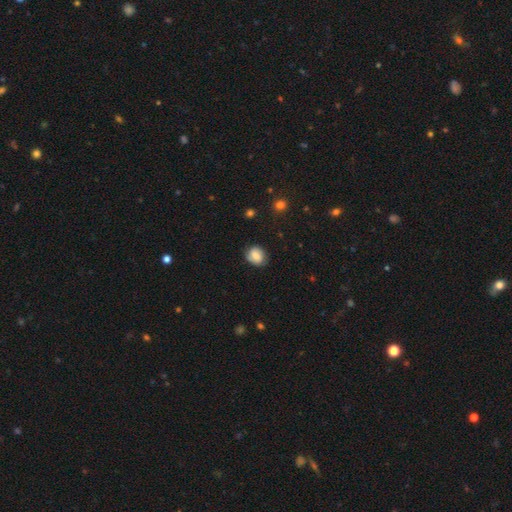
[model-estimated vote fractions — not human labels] This is likely a smooth galaxy (72%). How rounded: possibly round (60%). Merging: likely none (78%).